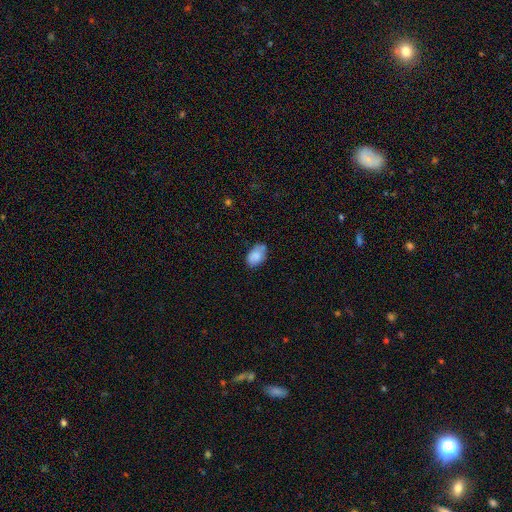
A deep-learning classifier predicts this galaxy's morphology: Smooth or featured? smooth (83%)
How rounded? in between (90%)
Merging? none (65%)